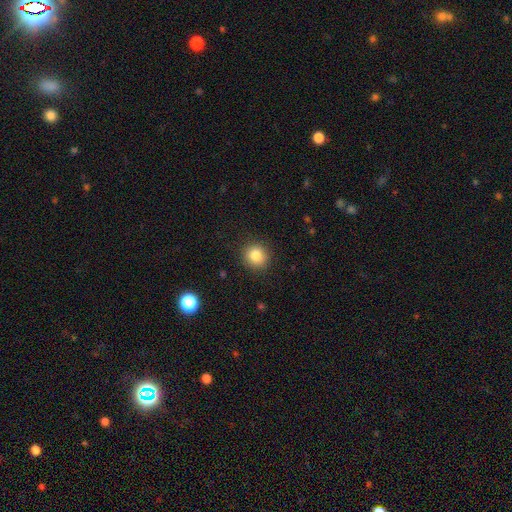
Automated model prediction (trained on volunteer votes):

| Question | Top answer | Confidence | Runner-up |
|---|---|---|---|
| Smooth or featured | smooth | 83% | star or artifact (11%) |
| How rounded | round | 92% | in between (8%) |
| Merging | none | 91% | minor disturbance (6%) |